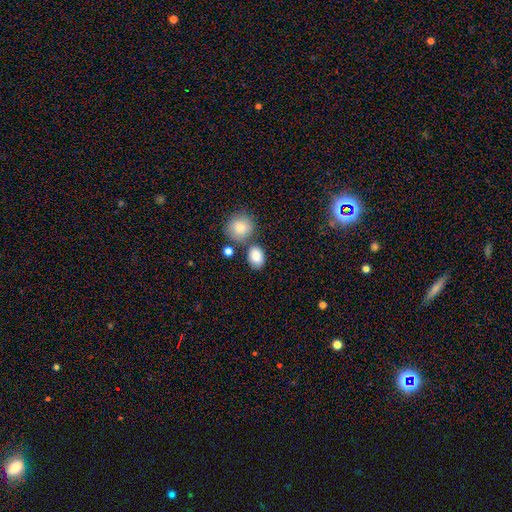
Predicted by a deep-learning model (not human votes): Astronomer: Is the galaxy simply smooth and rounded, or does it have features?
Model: smooth — 85%.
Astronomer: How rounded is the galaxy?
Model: in between — 67%.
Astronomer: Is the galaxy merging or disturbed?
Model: none — 69%.